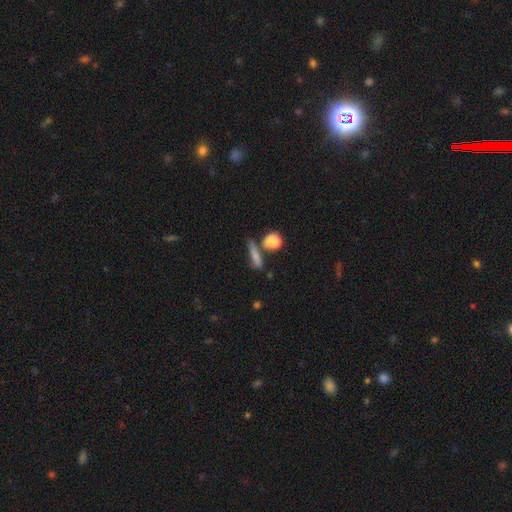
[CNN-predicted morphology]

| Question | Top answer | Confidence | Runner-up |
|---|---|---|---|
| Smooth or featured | smooth | 60% | featured or disk (25%) |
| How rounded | cigar-shaped | 61% | in between (26%) |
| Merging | none | 58% | merger (21%) |